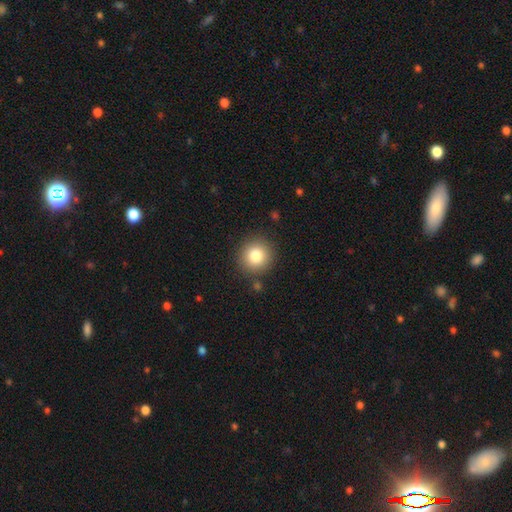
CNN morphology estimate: The model was most divided on "smooth or featured": smooth: 82%, star or artifact: 10%, featured or disk: 8%. More confident: how rounded — round (93%); merging — none (87%).